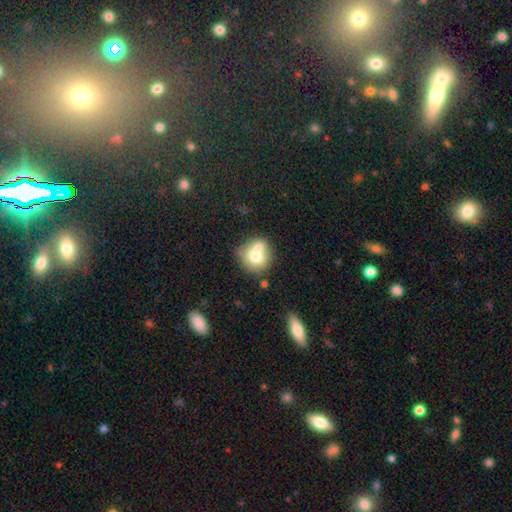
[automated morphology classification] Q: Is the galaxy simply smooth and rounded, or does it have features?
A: smooth — 68%.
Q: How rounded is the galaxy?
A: round — 79%.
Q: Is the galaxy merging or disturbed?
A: merger — 47%.